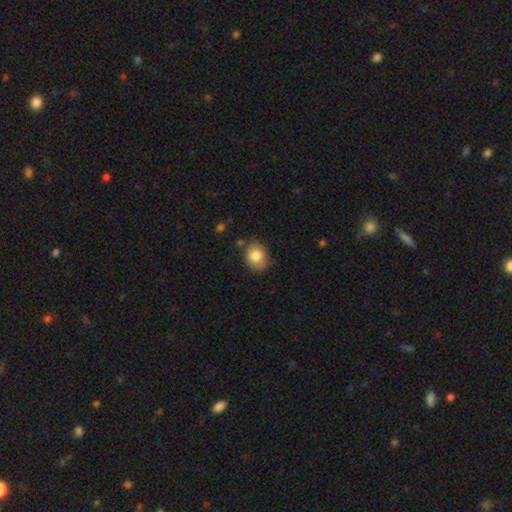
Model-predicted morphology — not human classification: Smooth or featured: smooth — 81% (featured or disk — 11%)
How rounded: round — 51% (in between — 48%)
Merging: none — 71% (minor disturbance — 21%)